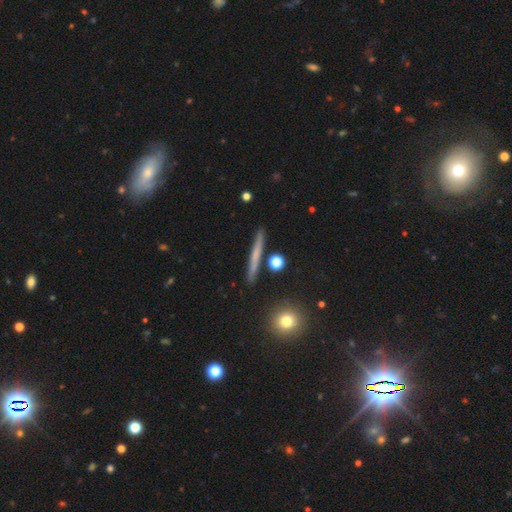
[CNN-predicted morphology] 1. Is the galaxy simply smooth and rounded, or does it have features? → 51% smooth, 41% featured or disk, 8% star or artifact.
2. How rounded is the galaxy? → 93% cigar-shaped, 4% round, 3% in between.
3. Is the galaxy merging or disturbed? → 89% none, 7% minor disturbance, 2% merger, 2% major disturbance.